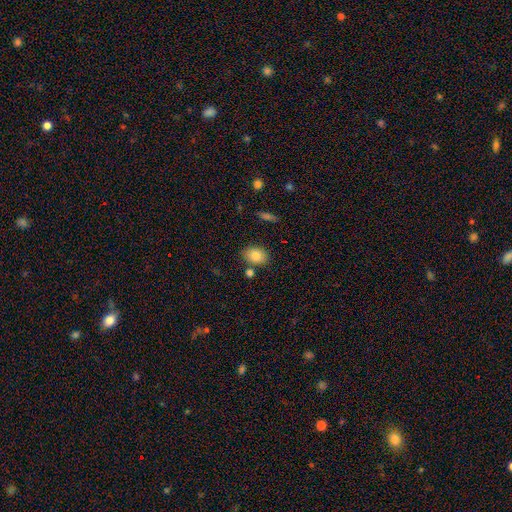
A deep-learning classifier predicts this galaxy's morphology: A smooth galaxy with no disk features (82%) that is in between round and cigar-shaped (76%). Merging: none (78%).